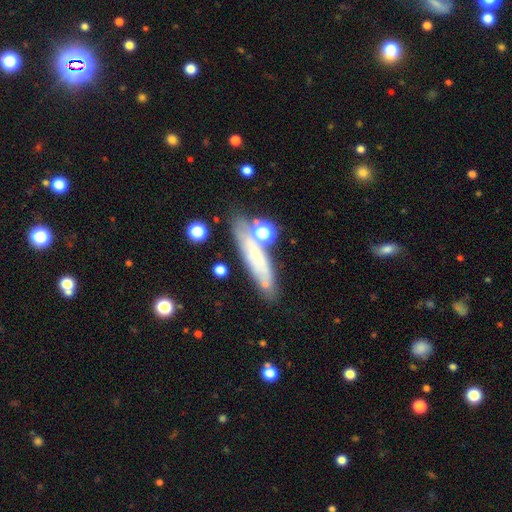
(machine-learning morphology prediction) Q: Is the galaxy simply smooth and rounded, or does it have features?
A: smooth — 54%.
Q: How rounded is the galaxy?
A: cigar-shaped — 70%.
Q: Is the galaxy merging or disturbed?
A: none — 63%.